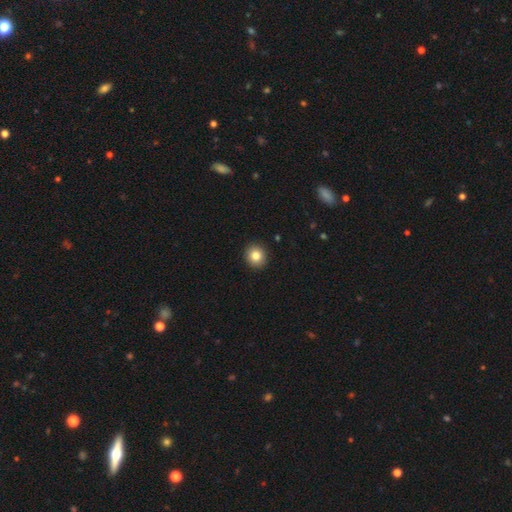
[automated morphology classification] A smooth galaxy with no disk features (83%) that is round (85%).

Vote fractions:
- Smooth or featured? smooth: 83% / star or artifact: 10% / featured or disk: 7%
- How rounded? round: 85% / in between: 14% / cigar-shaped: 1%
- Merging? none: 92% / minor disturbance: 6% / major disturbance: 2% / merger: 1%